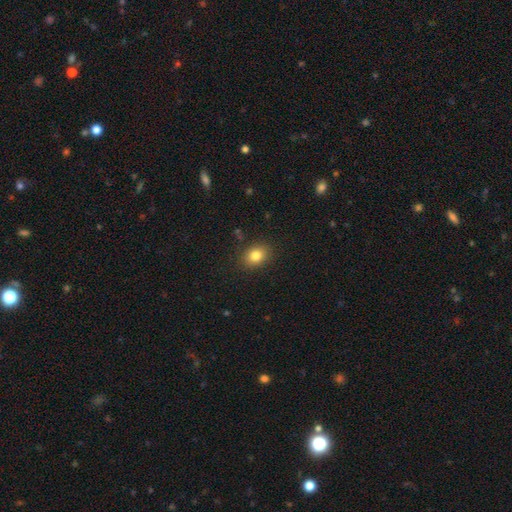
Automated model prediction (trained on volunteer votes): A smooth galaxy with no disk features (81%) that is in between round and cigar-shaped (56%). Merging: none (87%).